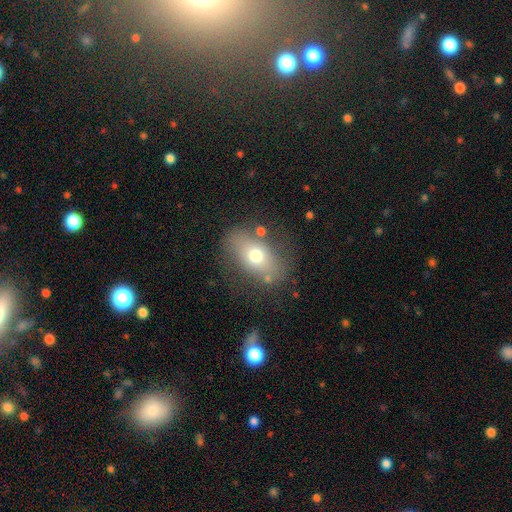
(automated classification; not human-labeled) Smooth or featured: smooth — 66% (featured or disk — 26%)
How rounded: in between — 84% (round — 14%)
Merging: none — 72% (minor disturbance — 17%)